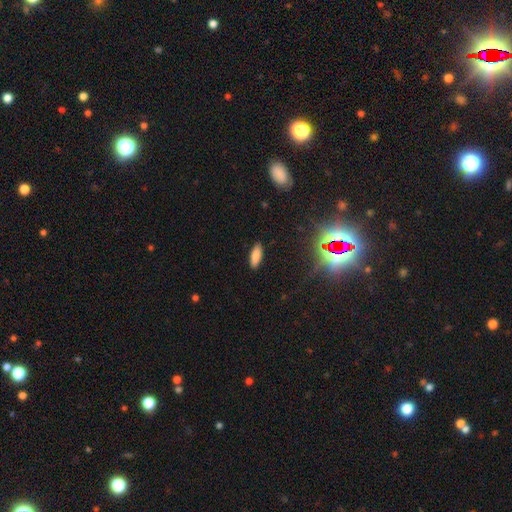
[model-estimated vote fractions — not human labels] A smooth galaxy with no disk features (82%) that is in between round and cigar-shaped (70%). Merging: none (88%).